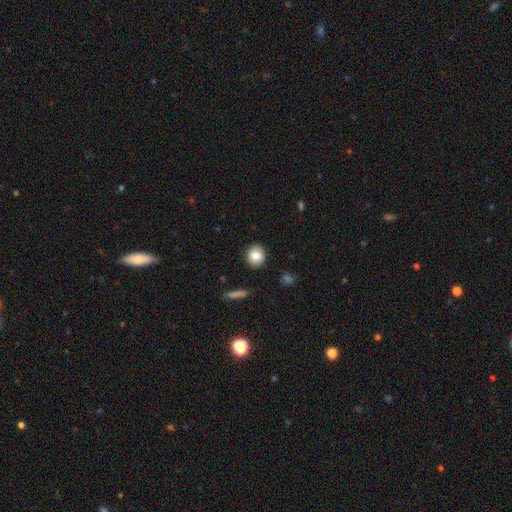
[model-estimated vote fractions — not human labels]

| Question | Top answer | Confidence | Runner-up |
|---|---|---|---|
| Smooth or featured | smooth | 82% | featured or disk (10%) |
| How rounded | round | 79% | in between (20%) |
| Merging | none | 90% | minor disturbance (7%) |